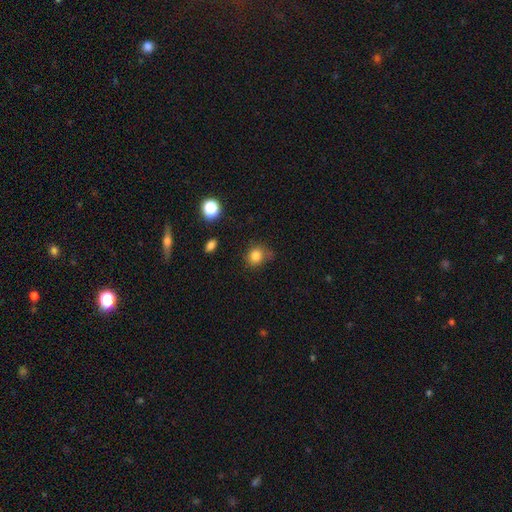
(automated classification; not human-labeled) Smooth or featured: smooth — 82% (star or artifact — 12%)
How rounded: round — 72% (in between — 27%)
Merging: none — 65% (minor disturbance — 24%)